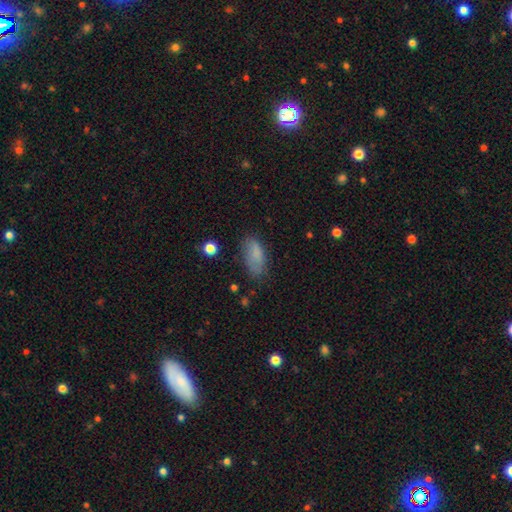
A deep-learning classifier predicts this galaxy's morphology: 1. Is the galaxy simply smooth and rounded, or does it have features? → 81% smooth, 10% featured or disk, 9% star or artifact.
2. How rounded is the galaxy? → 89% in between, 8% cigar-shaped, 3% round.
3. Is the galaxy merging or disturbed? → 65% none, 25% minor disturbance, 8% major disturbance, 2% merger.